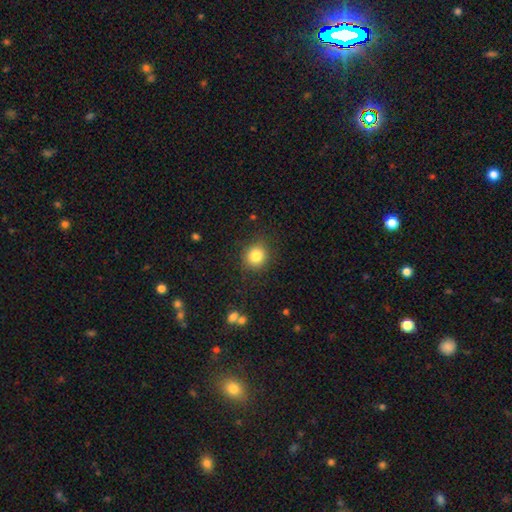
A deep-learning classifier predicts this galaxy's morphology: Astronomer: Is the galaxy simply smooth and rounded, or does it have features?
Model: smooth — 83%.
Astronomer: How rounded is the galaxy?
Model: round — 87%.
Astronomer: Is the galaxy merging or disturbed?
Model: none — 86%.